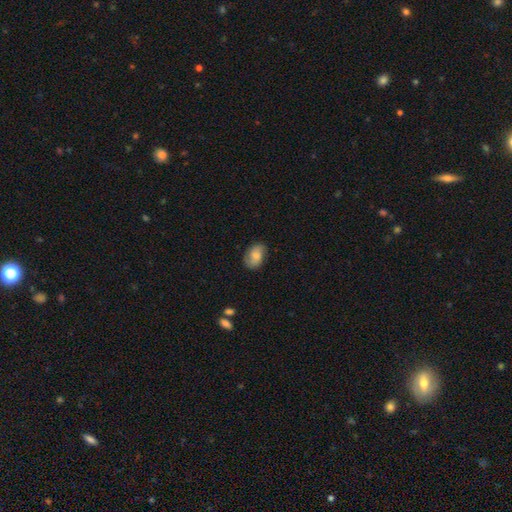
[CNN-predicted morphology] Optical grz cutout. It shows a smooth galaxy with no disk features (72%) that is in between round and cigar-shaped (86%). Merging: none (75%).